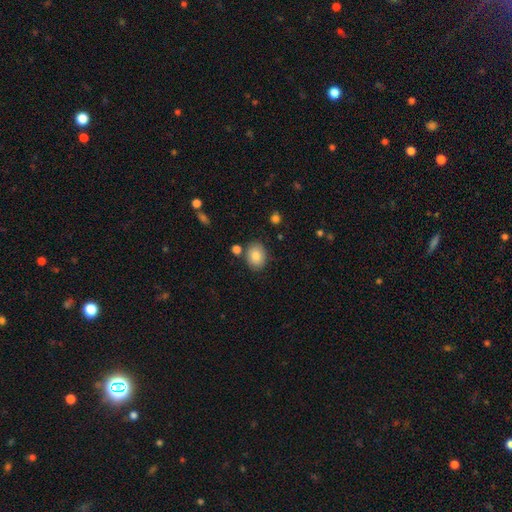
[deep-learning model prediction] Morphology: type=smooth (84%); roundness=in between (61%); merging=none (79%).